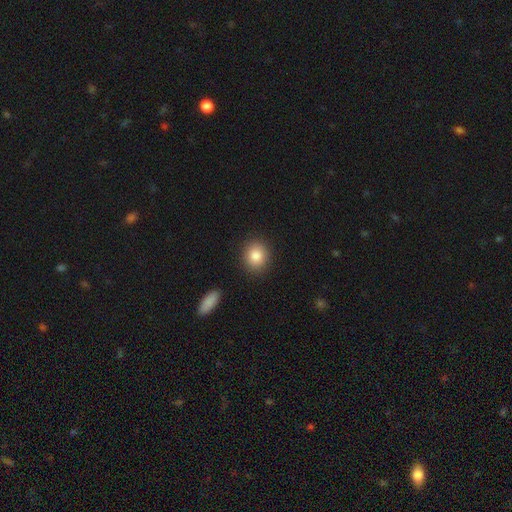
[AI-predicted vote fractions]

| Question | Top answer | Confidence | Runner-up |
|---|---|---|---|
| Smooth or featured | smooth | 85% | star or artifact (9%) |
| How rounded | round | 74% | in between (25%) |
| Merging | none | 90% | minor disturbance (7%) |